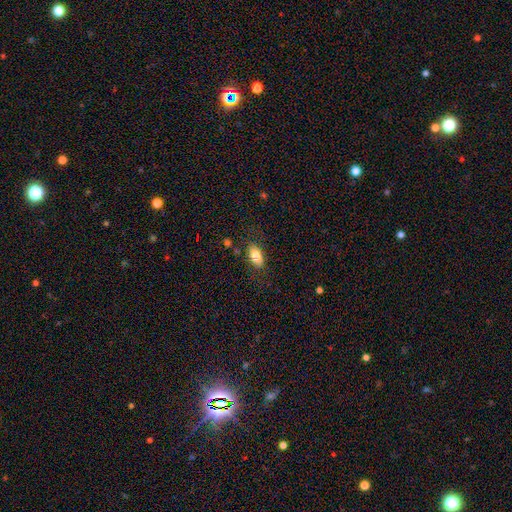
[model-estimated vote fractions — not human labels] A smooth galaxy with no disk features (79%) that is in between round and cigar-shaped (91%). Merging: none (81%).